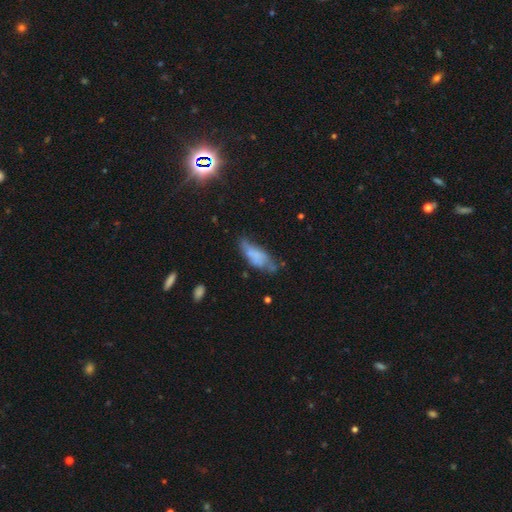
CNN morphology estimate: smooth 59%, featured or disk 31%, star or artifact 10%. Down the decision tree: how rounded — in between (65%); merging — none (37%).